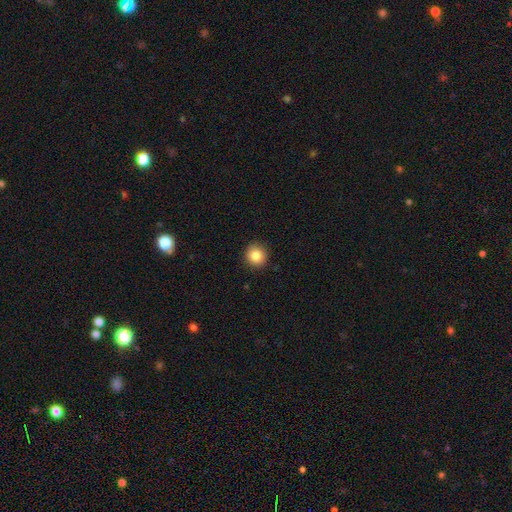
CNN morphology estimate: Smooth or featured: smooth — 85% (star or artifact — 10%)
How rounded: round — 91% (in between — 8%)
Merging: none — 91% (minor disturbance — 6%)